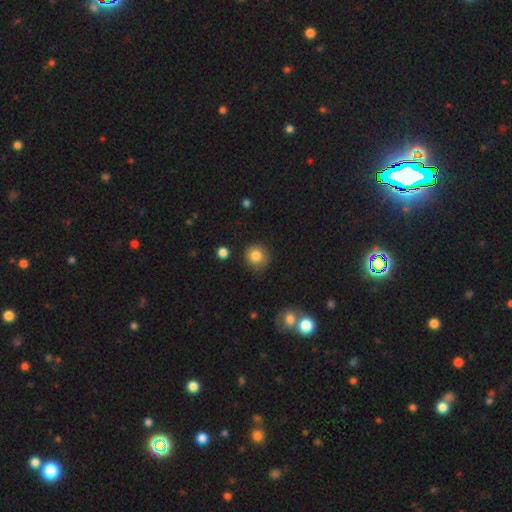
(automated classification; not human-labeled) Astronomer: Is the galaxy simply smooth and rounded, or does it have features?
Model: smooth — 84%.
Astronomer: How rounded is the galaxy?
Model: round — 90%.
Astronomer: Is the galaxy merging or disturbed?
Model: none — 82%.